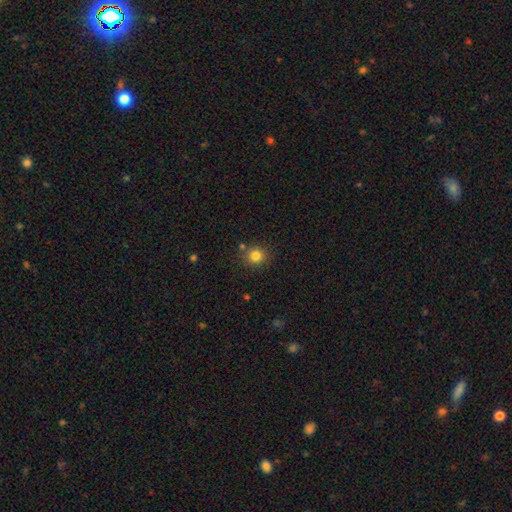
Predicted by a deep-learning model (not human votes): Smooth or featured? smooth (82%)
How rounded? round (89%)
Merging? none (83%)